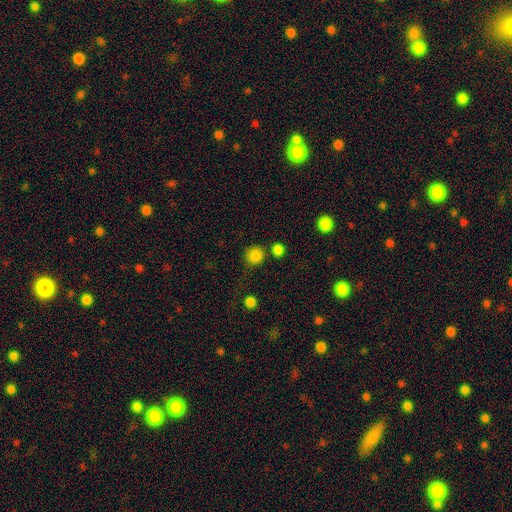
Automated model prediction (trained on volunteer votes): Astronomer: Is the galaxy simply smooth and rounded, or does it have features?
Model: smooth — 83%.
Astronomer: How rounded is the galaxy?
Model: round — 92%.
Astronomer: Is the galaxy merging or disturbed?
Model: none — 75%.